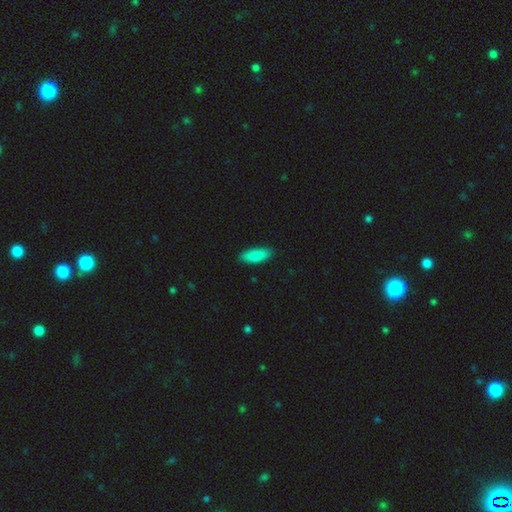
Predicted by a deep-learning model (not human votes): Smooth or featured: smooth — 85% (featured or disk — 9%)
How rounded: in between — 71% (cigar-shaped — 27%)
Merging: none — 87% (minor disturbance — 10%)